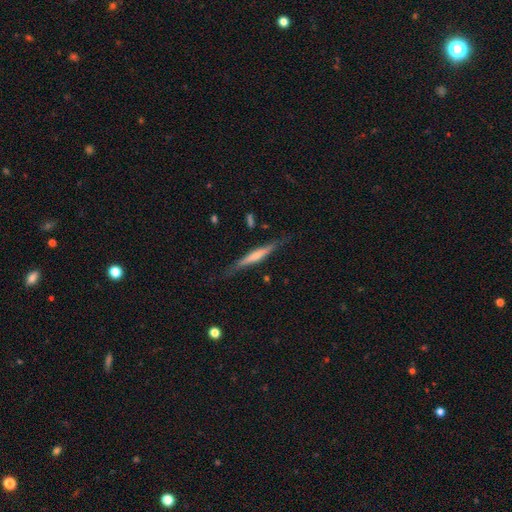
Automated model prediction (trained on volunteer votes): Morphology: type=featured or disk (53%); edge-on=yes (95%); edge-on bulge=rounded (41%); merging=none (79%).